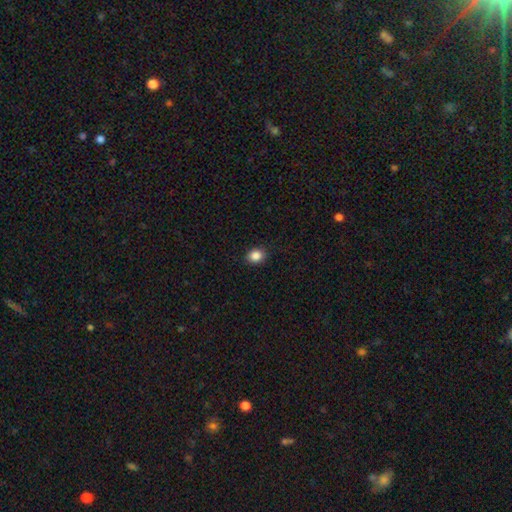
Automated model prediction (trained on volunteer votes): smooth 86%, star or artifact 10%, featured or disk 4%. Down the decision tree: how rounded — round (62%); merging — none (91%).